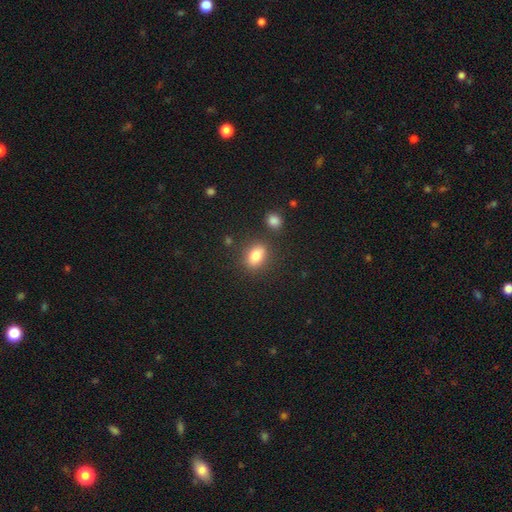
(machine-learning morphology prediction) A smooth galaxy with no disk features (82%) that is in between round and cigar-shaped (75%). Merging: none (80%).